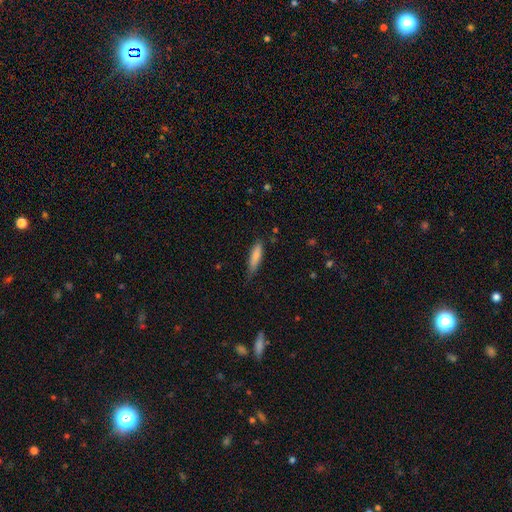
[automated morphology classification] Q: Smooth or featured?
A: smooth (82%); runner-up: featured or disk (12%)
Q: How rounded?
A: cigar-shaped (72%); runner-up: in between (27%)
Q: Merging?
A: none (68%); runner-up: minor disturbance (26%)